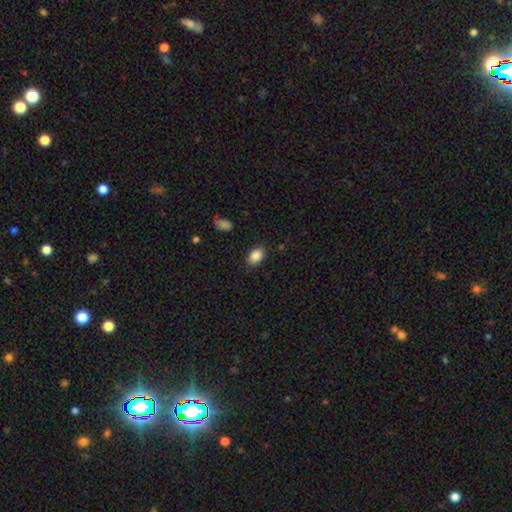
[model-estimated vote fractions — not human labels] Overall: smooth (87%). How rounded: in between (81%). Merging: none (82%).